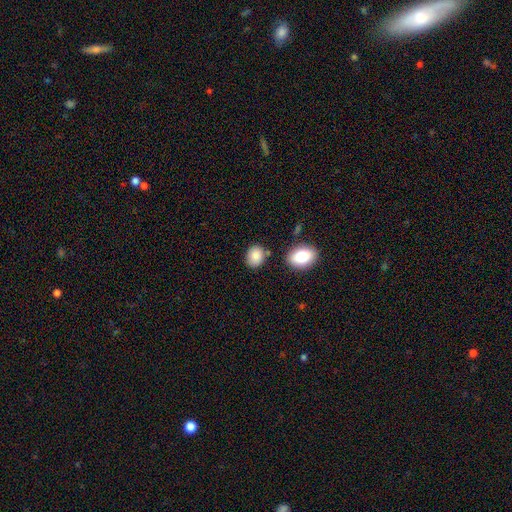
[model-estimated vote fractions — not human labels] Morphology: type=smooth (86%); roundness=in between (52%); merging=none (78%).